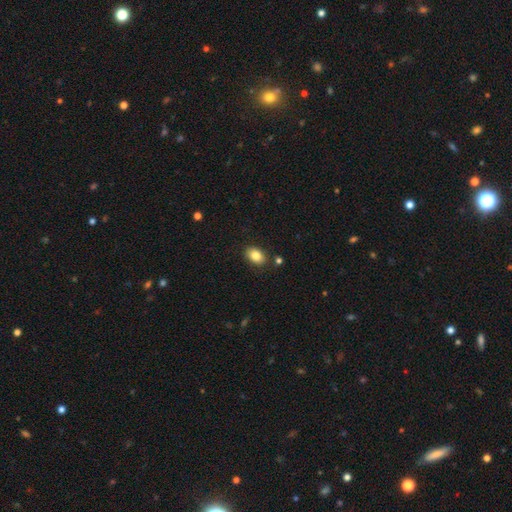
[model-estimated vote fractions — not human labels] smooth-or-featured: smooth: 85% | star or artifact: 8% | featured or disk: 6%
  how-rounded: in between: 80% | round: 19% | cigar-shaped: 1%
  merging: none: 85% | minor disturbance: 10% | merger: 3% | major disturbance: 2%